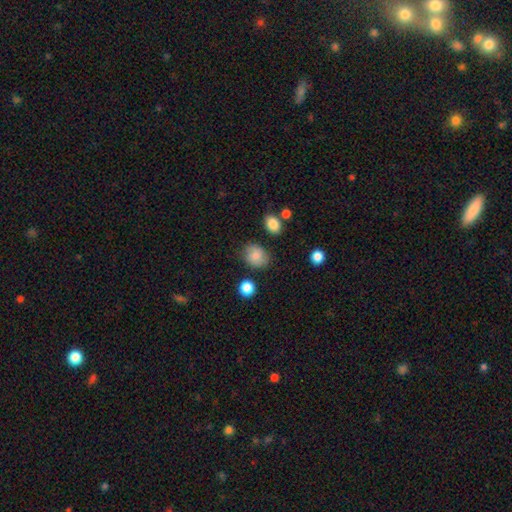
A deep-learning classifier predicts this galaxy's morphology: Q: Smooth or featured?
A: smooth (78%); runner-up: featured or disk (13%)
Q: How rounded?
A: in between (50%); runner-up: round (49%)
Q: Merging?
A: none (76%); runner-up: minor disturbance (16%)